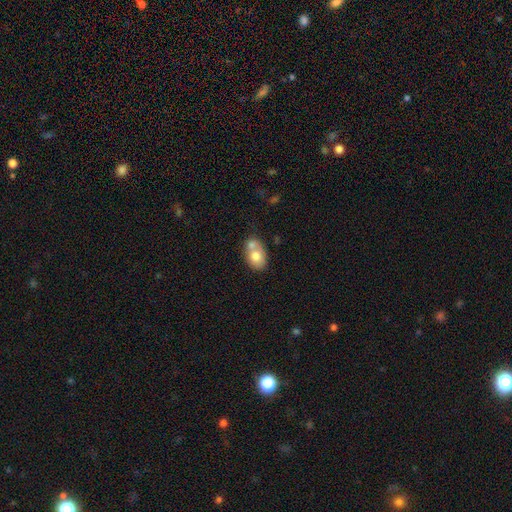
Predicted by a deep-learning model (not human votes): The model was most divided on "merging": merger: 51%, none: 31%, minor disturbance: 13%, major disturbance: 5%. More confident: how rounded — in between (75%); smooth or featured — smooth (69%).